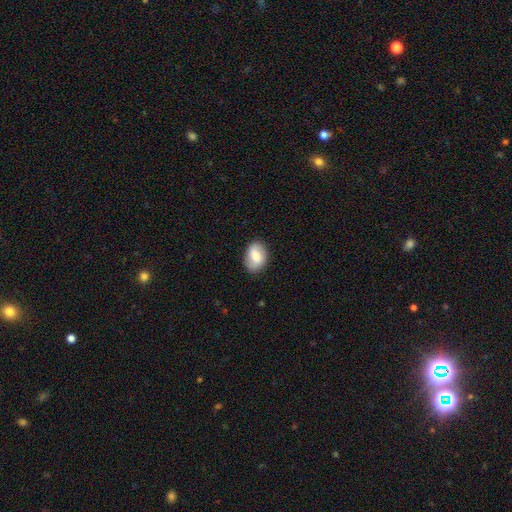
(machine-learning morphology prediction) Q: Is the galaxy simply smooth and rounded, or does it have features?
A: smooth — 64%.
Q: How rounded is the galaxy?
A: in between — 77%.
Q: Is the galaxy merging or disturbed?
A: none — 82%.